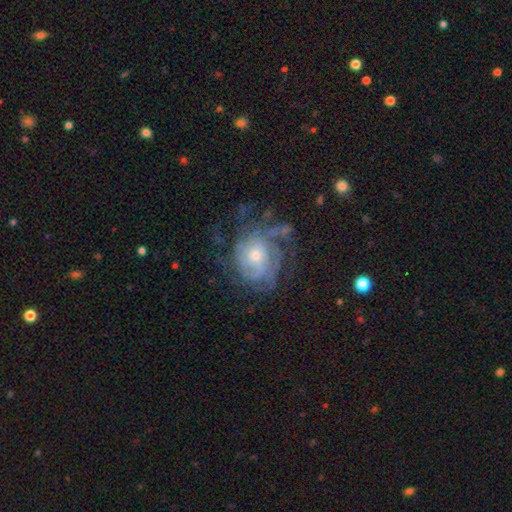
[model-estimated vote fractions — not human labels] A featured or disk galaxy (81%) with no bar (75%), tight (58%) spiral arms (90%) and a small central bulge (50%). Merging: none (56%).